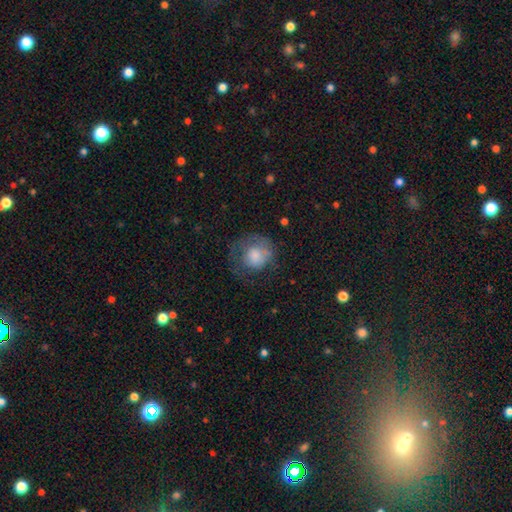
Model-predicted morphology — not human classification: smooth-or-featured: smooth: 68% | featured or disk: 24% | star or artifact: 8%
  how-rounded: round: 80% | in between: 19% | cigar-shaped: 1%
  merging: none: 43% | major disturbance: 31% | minor disturbance: 25% | merger: 2%